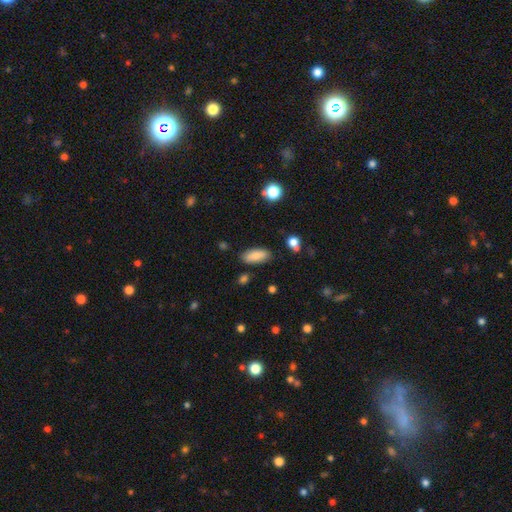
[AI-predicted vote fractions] This appears to be a smooth galaxy with no disk features (84%) that is in between round and cigar-shaped (82%). Merging: none (83%).